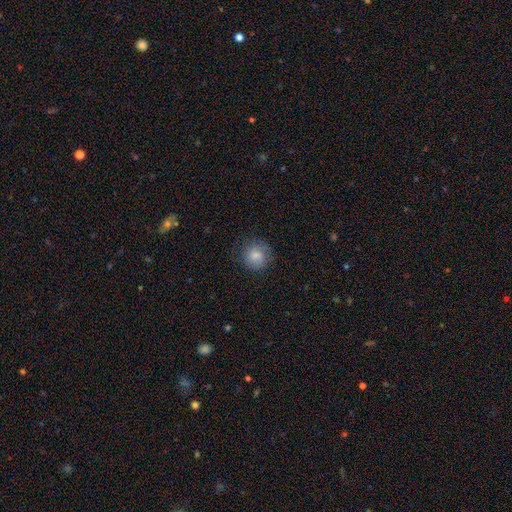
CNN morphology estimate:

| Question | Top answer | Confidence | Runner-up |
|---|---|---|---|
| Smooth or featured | smooth | 81% | featured or disk (10%) |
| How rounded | round | 89% | in between (10%) |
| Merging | none | 80% | minor disturbance (14%) |